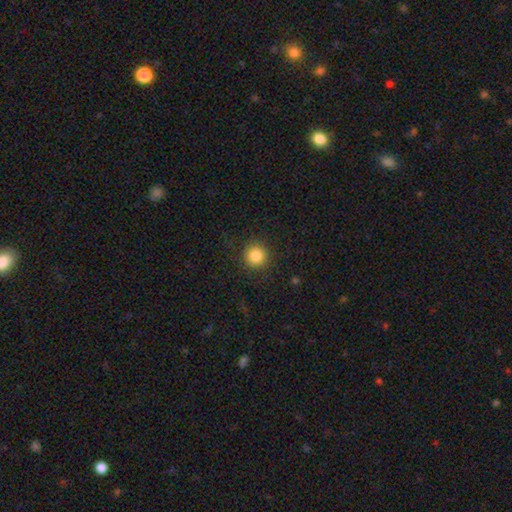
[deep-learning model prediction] Q: Smooth or featured?
A: smooth (84%); runner-up: star or artifact (11%)
Q: How rounded?
A: round (94%); runner-up: in between (5%)
Q: Merging?
A: none (90%); runner-up: minor disturbance (6%)